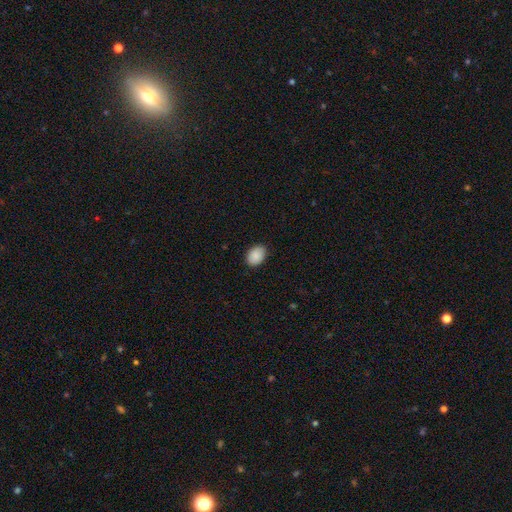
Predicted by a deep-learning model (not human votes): This is clearly a smooth galaxy (90%). How rounded: likely in between (80%). Merging: clearly none (86%).